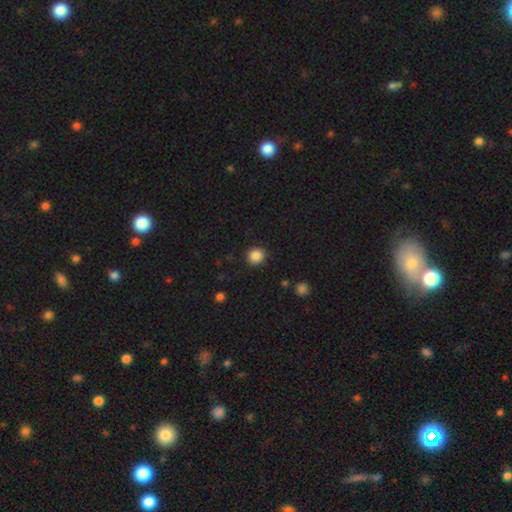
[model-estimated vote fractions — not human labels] smooth-or-featured: smooth: 87% | star or artifact: 10% | featured or disk: 3%
  how-rounded: round: 89% | in between: 11% | cigar-shaped: 1%
  merging: none: 90% | minor disturbance: 6% | major disturbance: 2% | merger: 1%